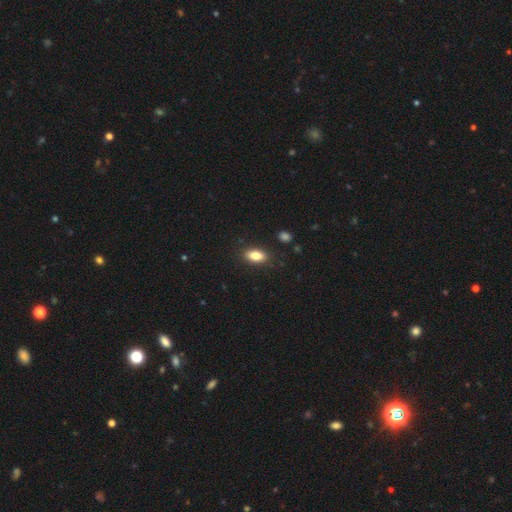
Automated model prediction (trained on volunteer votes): Q: Smooth or featured?
A: smooth (84%); runner-up: featured or disk (8%)
Q: How rounded?
A: in between (88%); runner-up: cigar-shaped (7%)
Q: Merging?
A: none (86%); runner-up: minor disturbance (10%)